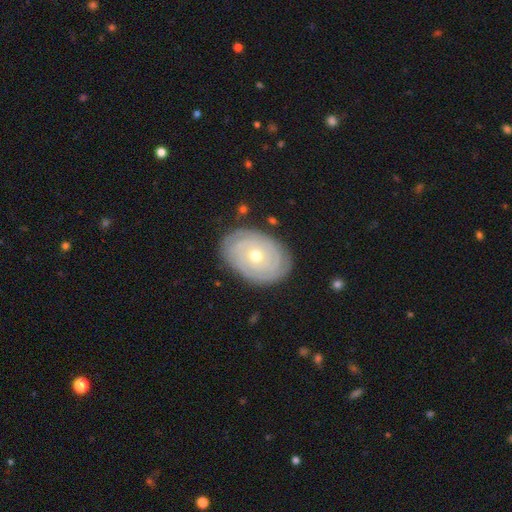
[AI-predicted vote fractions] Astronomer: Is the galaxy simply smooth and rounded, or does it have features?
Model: featured or disk — 82%.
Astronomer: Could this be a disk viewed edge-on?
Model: no — 96%.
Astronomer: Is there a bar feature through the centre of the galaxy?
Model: no — 83%.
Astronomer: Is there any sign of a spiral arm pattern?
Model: yes — 92%.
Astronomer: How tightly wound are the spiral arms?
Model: tight — 88%.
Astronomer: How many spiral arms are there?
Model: can't tell — 38% (runner-up: 2, 25%).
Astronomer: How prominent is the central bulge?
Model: moderate — 50% (runner-up: small, 47%).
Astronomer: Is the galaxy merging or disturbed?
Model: none — 84%.